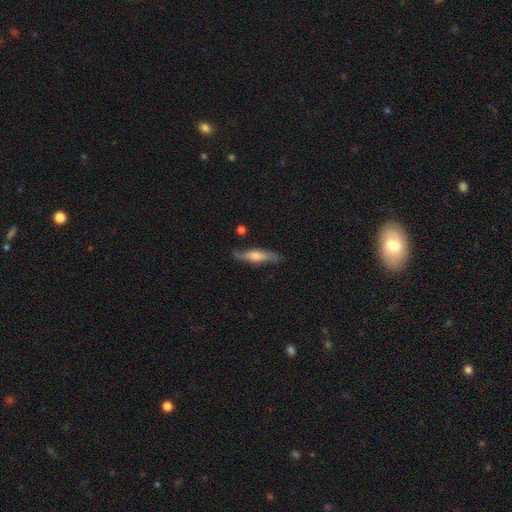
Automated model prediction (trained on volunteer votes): Smooth or featured?
  - featured or disk: 64% *
  - smooth: 30%
  - star or artifact: 7%
Edge-on disk?
  - yes: 62% *
  - no: 38%
Merging?
  - none: 77% *
  - minor disturbance: 17%
  - major disturbance: 4%
  - merger: 2%